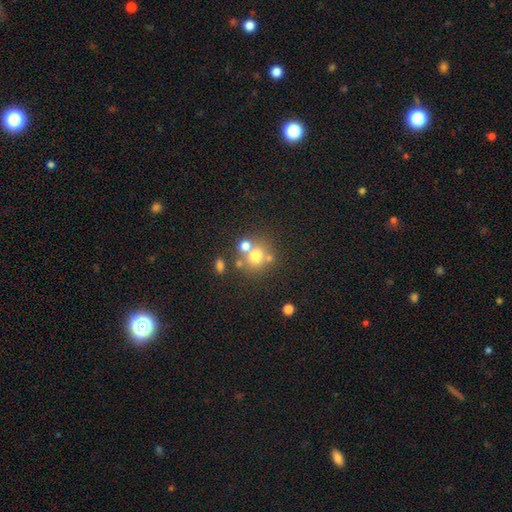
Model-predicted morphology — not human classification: Smooth or featured?
  - smooth: 68% *
  - featured or disk: 16%
  - star or artifact: 16%
How rounded?
  - round: 86% *
  - in between: 13%
  - cigar-shaped: 1%
Merging?
  - none: 56% *
  - merger: 31%
  - minor disturbance: 9%
  - major disturbance: 5%